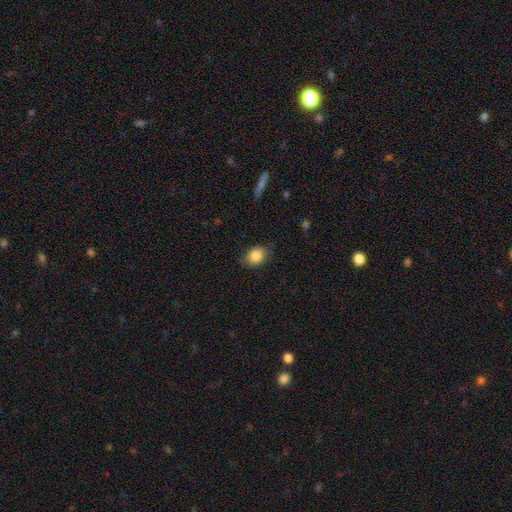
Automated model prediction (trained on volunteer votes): A smooth galaxy with no disk features (86%) that is in between round and cigar-shaped (58%). Merging: none (81%).